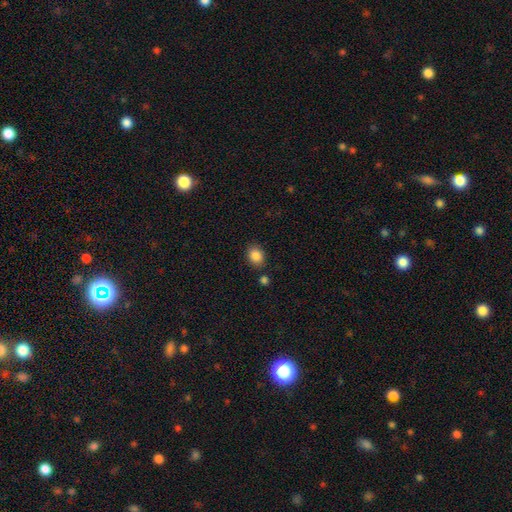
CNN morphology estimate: This appears to be a smooth galaxy with no disk features (87%) that is in between round and cigar-shaped (52%). Merging: none (80%).